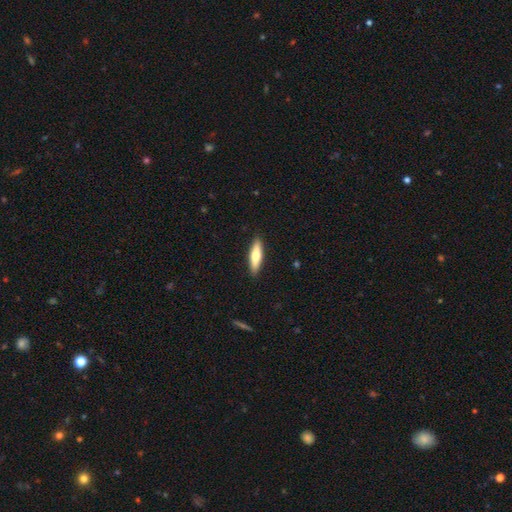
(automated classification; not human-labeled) This is likely a smooth galaxy (60%). How rounded: likely cigar-shaped (69%). Merging: clearly none (90%).